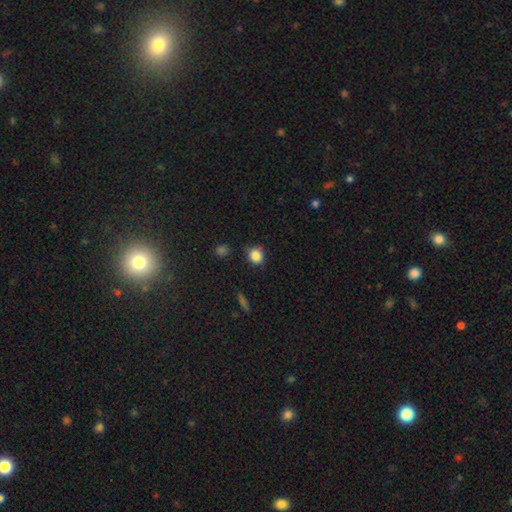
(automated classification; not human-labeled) The model was most divided on "how rounded": round: 75%, in between: 23%, cigar-shaped: 1%. More confident: smooth or featured — smooth (84%); merging — none (77%).